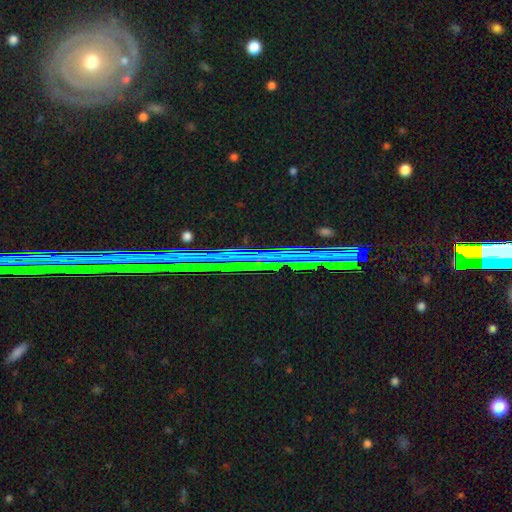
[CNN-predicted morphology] A star or artifact, not a galaxy (77%).